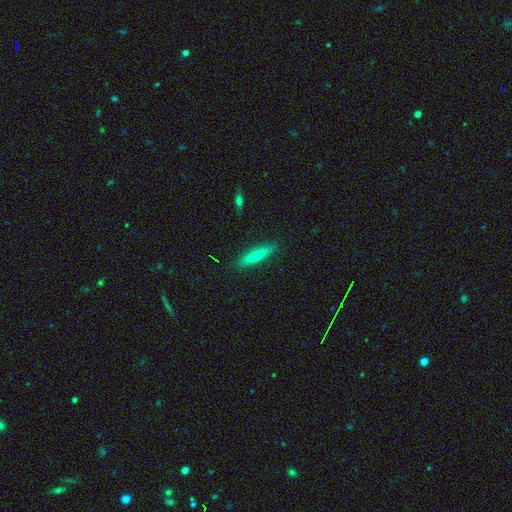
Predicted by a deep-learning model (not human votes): smooth 52%, featured or disk 40%, star or artifact 8%. Down the decision tree: how rounded — cigar-shaped (84%); merging — none (89%).